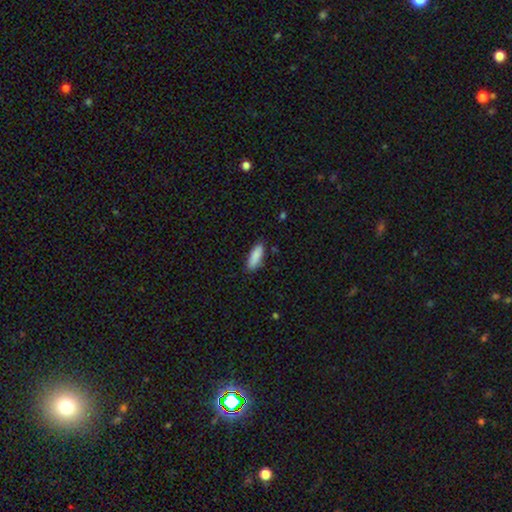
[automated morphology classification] Smooth or featured: smooth — 89% (star or artifact — 6%)
How rounded: in between — 55% (cigar-shaped — 44%)
Merging: none — 85% (minor disturbance — 11%)